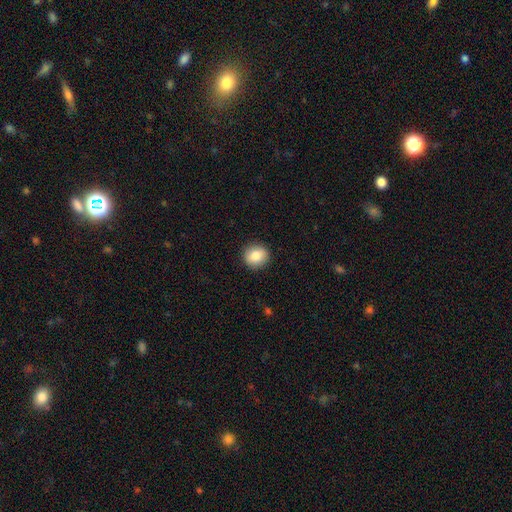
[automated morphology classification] Overall: smooth (83%). How rounded: round (89%). Merging: none (91%).